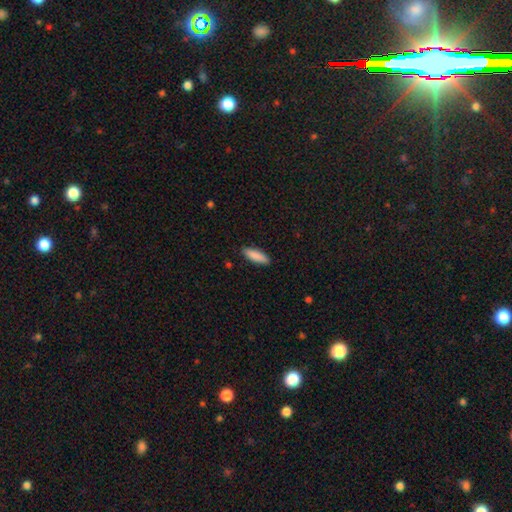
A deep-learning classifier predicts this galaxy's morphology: The model was most divided on "how rounded": in between: 50%, cigar-shaped: 48%, round: 2%. More confident: smooth or featured — smooth (89%); merging — none (88%).